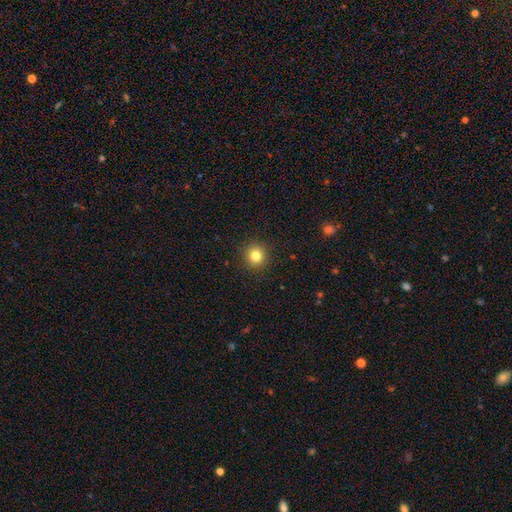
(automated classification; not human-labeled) Smooth or featured? smooth (82%)
How rounded? round (93%)
Merging? none (92%)